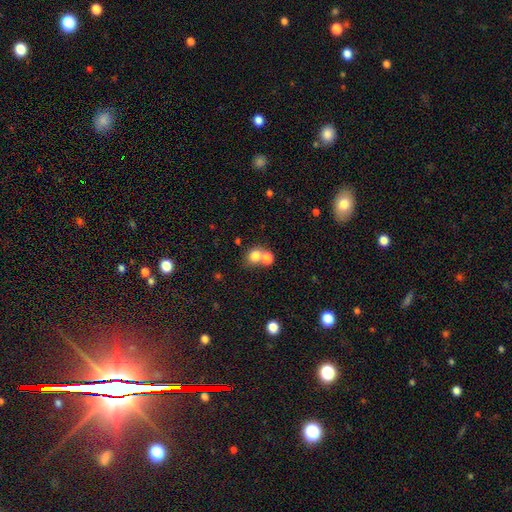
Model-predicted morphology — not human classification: Q: Smooth or featured?
A: smooth (78%); runner-up: star or artifact (12%)
Q: How rounded?
A: round (64%); runner-up: in between (35%)
Q: Merging?
A: merger (48%); runner-up: none (41%)